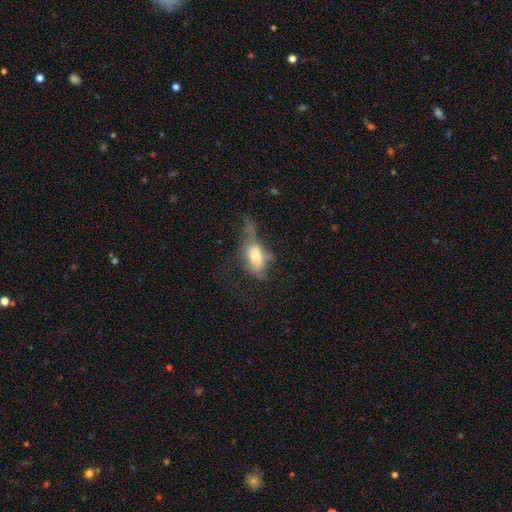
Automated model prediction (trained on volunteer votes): Smooth or featured? Predicted: smooth (p=0.64). How rounded? Predicted: in between (p=0.82). Merging? Predicted: major disturbance (p=0.40).